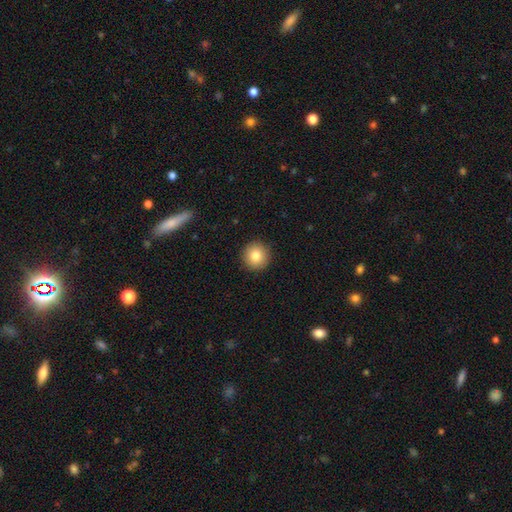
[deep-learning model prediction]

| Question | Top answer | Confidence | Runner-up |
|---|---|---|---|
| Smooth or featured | smooth | 82% | star or artifact (9%) |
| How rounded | round | 95% | in between (4%) |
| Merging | none | 92% | minor disturbance (5%) |